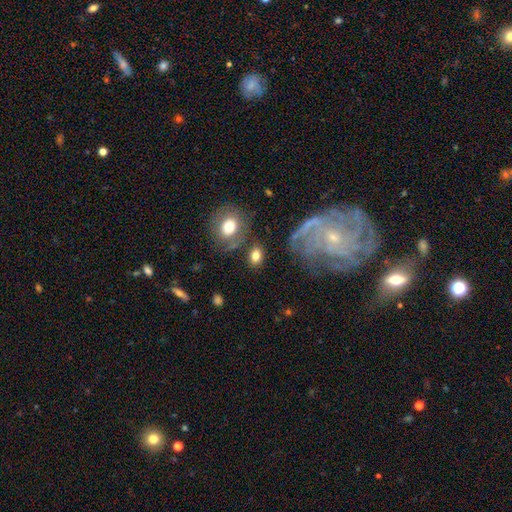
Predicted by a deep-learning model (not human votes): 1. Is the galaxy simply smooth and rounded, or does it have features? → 79% smooth, 13% featured or disk, 8% star or artifact.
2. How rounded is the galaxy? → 73% in between, 25% round, 2% cigar-shaped.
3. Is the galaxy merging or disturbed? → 75% none, 12% minor disturbance, 6% merger, 6% major disturbance.